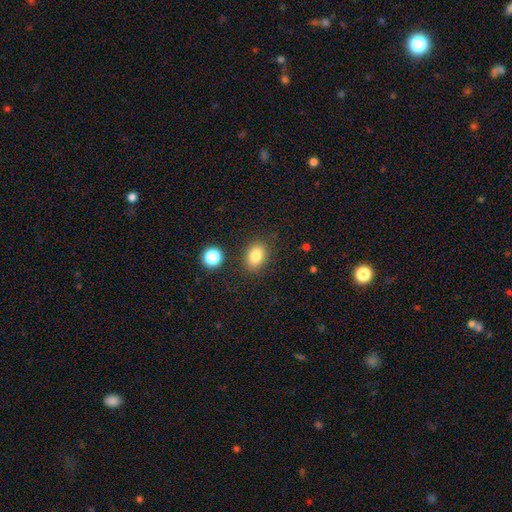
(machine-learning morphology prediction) This is clearly a smooth galaxy (82%). How rounded: likely in between (72%). Merging: clearly none (83%).